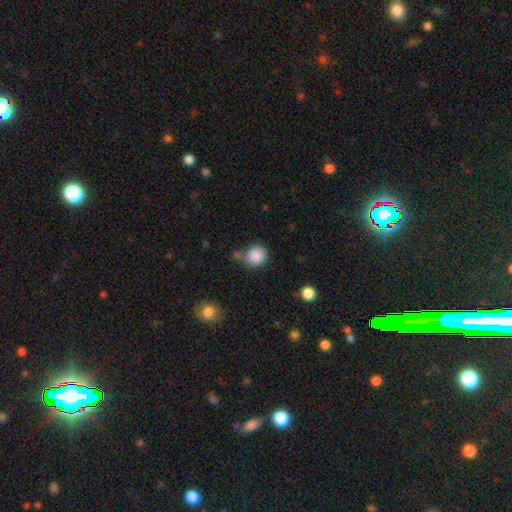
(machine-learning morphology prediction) type=smooth (87%); roundness=round (89%); merging=none (66%).